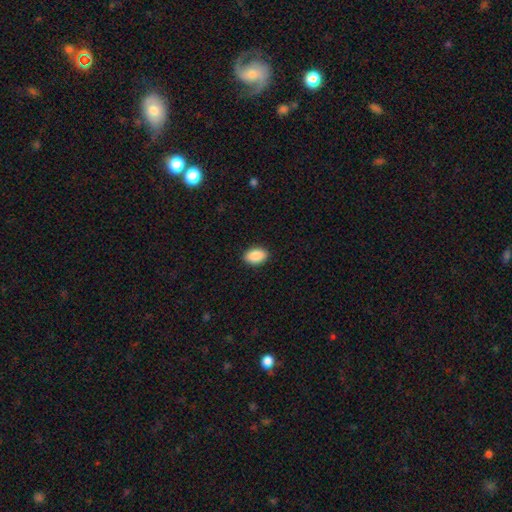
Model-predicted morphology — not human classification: smooth 90%, star or artifact 7%, featured or disk 3%. Down the decision tree: how rounded — in between (91%); merging — none (90%).